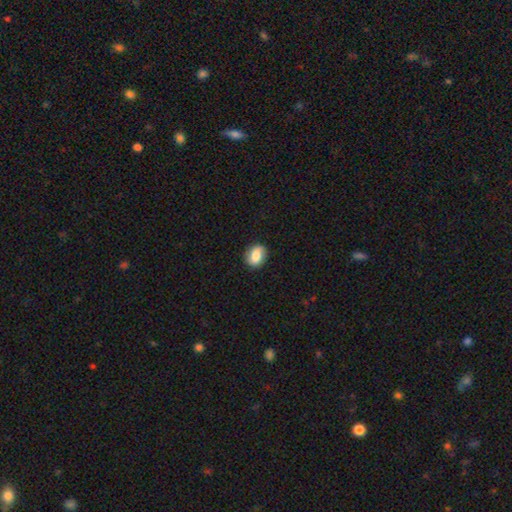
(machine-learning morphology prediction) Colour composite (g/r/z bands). It shows a smooth galaxy with no disk features (72%) that is in between round and cigar-shaped (59%). Merging: none (86%).